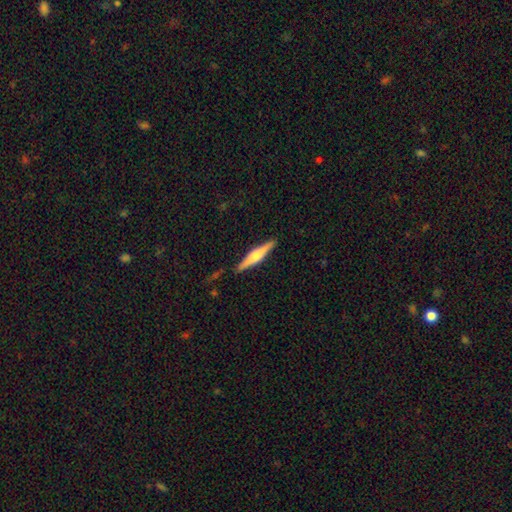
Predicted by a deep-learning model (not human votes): Smooth or featured? Predicted: featured or disk (p=0.60). Edge-on disk? Predicted: yes (p=0.97). Edge-on bulge? Predicted: rounded (p=0.83). Merging? Predicted: none (p=0.89).